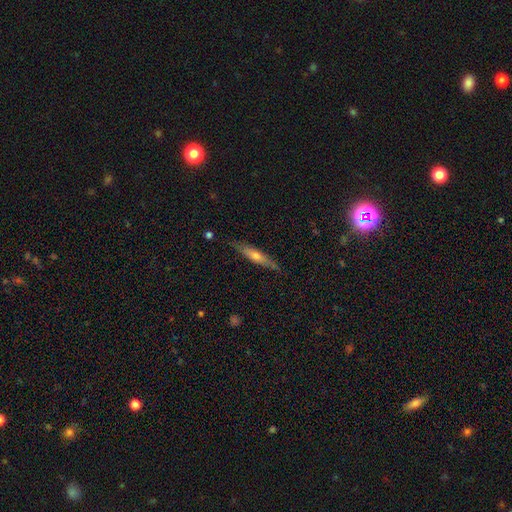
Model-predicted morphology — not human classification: Smooth or featured: featured or disk — 53% (smooth — 41%)
Edge-on disk: yes — 88% (no — 12%)
Merging: none — 84% (minor disturbance — 12%)